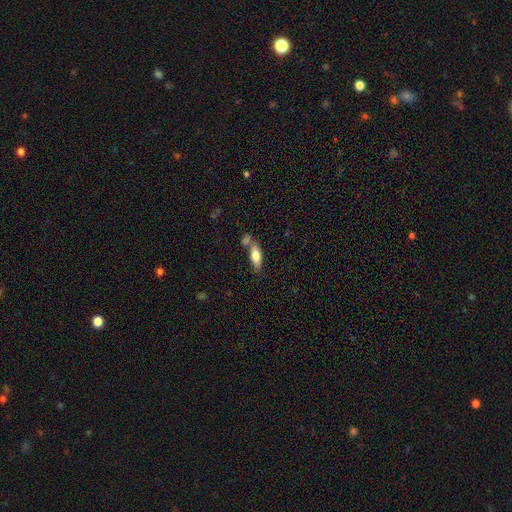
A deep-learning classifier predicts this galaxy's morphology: A smooth galaxy with no disk features (67%) that is in between round and cigar-shaped (58%). Merging: none (61%).